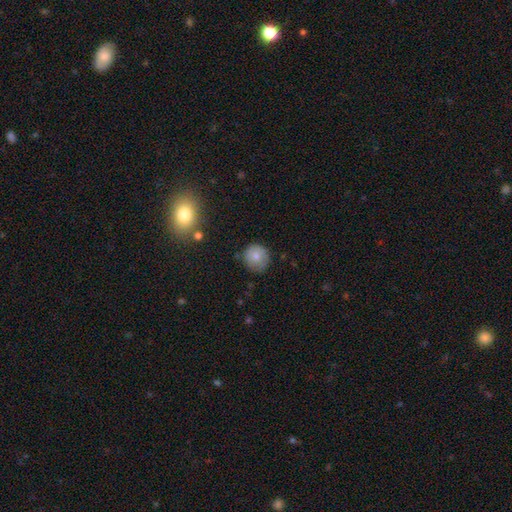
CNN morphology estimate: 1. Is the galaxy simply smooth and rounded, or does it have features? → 76% smooth, 14% featured or disk, 9% star or artifact.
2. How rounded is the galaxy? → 91% round, 8% in between, 1% cigar-shaped.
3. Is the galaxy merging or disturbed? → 77% none, 17% minor disturbance, 3% major disturbance, 2% merger.